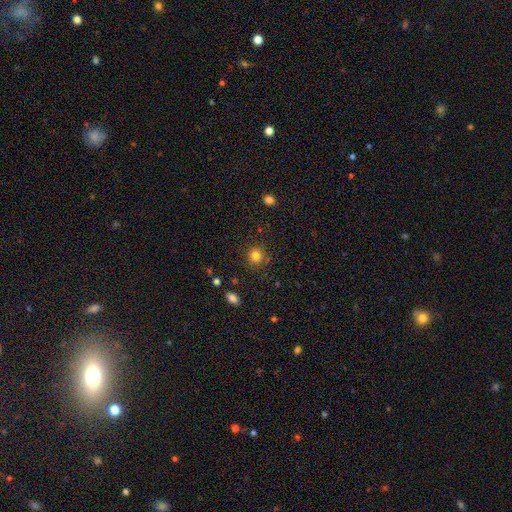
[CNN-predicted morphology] A smooth galaxy with no disk features (81%) that is round (88%).

Vote fractions:
- Smooth or featured? smooth: 81% / star or artifact: 13% / featured or disk: 5%
- How rounded? round: 88% / in between: 11% / cigar-shaped: 1%
- Merging? none: 85% / minor disturbance: 10% / major disturbance: 3% / merger: 2%